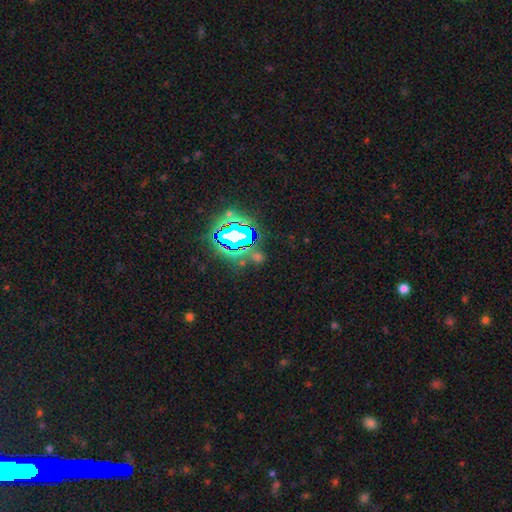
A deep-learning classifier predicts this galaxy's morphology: smooth-or-featured: star or artifact: 73% | smooth: 17% | featured or disk: 10%